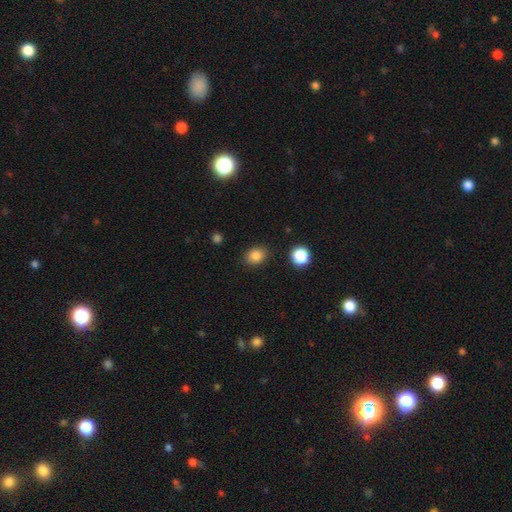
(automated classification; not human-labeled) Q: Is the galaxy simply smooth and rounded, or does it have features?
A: smooth — 84%.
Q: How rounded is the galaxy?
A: round — 50%.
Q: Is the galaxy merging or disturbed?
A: none — 85%.